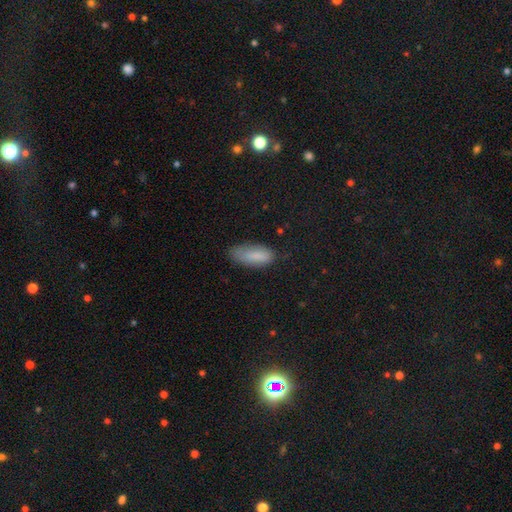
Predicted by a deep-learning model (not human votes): smooth_or_featured: smooth (p=0.82) [alt: featured or disk p=0.10]
how_rounded: in between (p=0.73) [alt: cigar-shaped p=0.25]
merging: none (p=0.61) [alt: minor disturbance p=0.29]